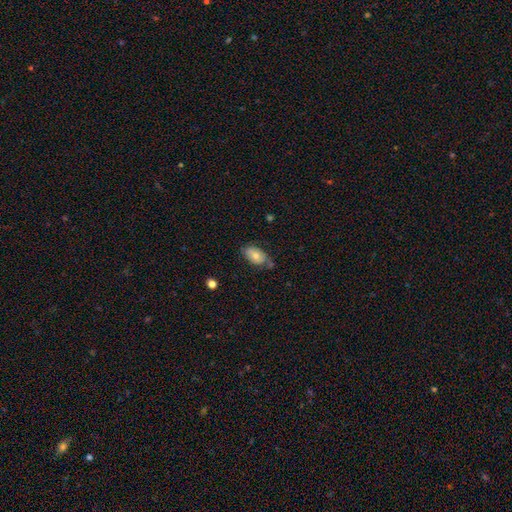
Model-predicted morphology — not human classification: Smooth or featured? Predicted: smooth (p=0.63). How rounded? Predicted: in between (p=0.90). Merging? Predicted: none (p=0.55).